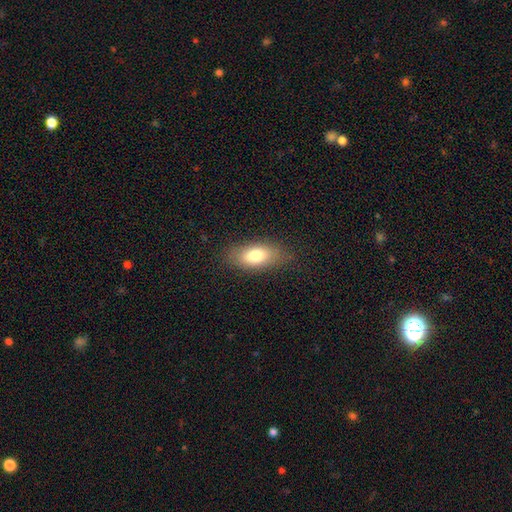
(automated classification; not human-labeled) Overall: smooth (77%). How rounded: in between (86%). Merging: none (82%).